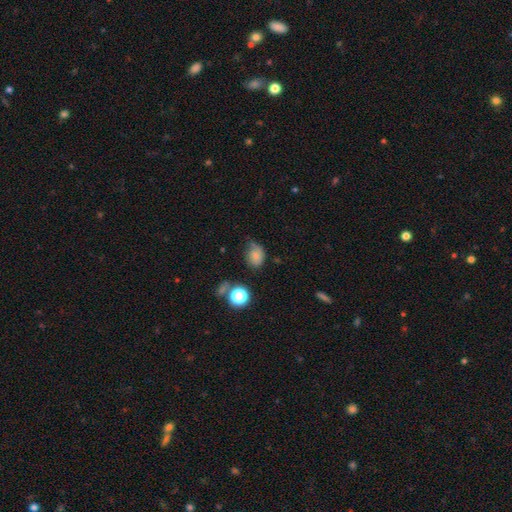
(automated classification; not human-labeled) This appears to be a smooth galaxy with no disk features (67%) that is in between round and cigar-shaped (53%). Merging: none (45%).